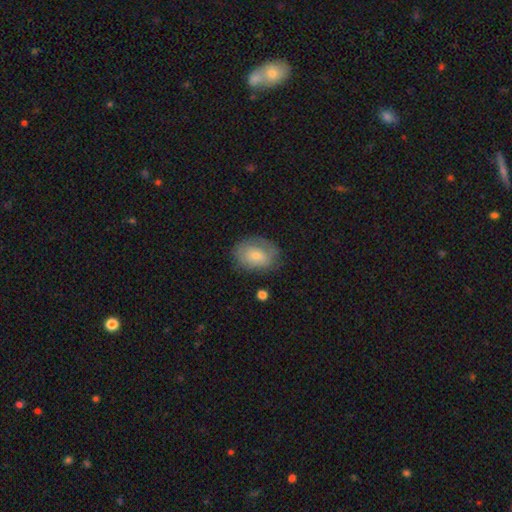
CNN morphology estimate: smooth 64%, featured or disk 29%, star or artifact 8%. Down the decision tree: how rounded — in between (73%); merging — none (70%).